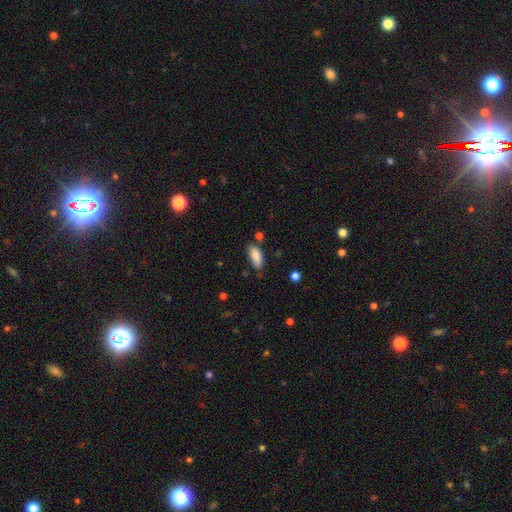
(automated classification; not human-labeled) This is clearly a smooth galaxy (87%). How rounded: clearly in between (82%). Merging: likely none (69%).